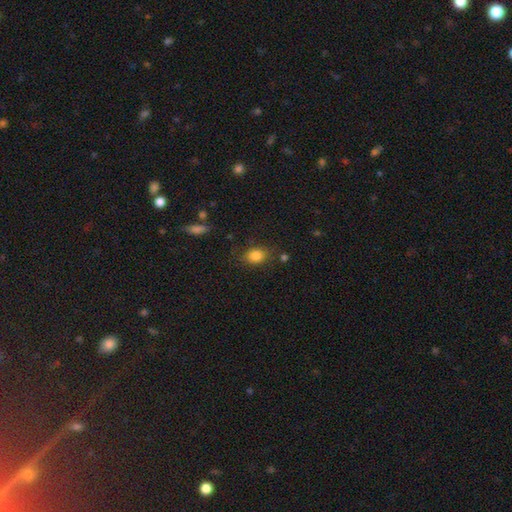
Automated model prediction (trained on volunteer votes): Overall: smooth (84%). How rounded: in between (61%; round 38%). Merging: none (79%).